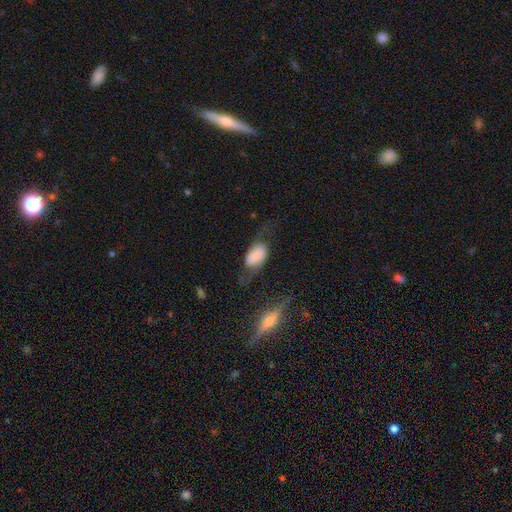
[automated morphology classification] smooth 60%, featured or disk 31%, star or artifact 9%. Down the decision tree: how rounded — in between (90%); merging — none (42%).